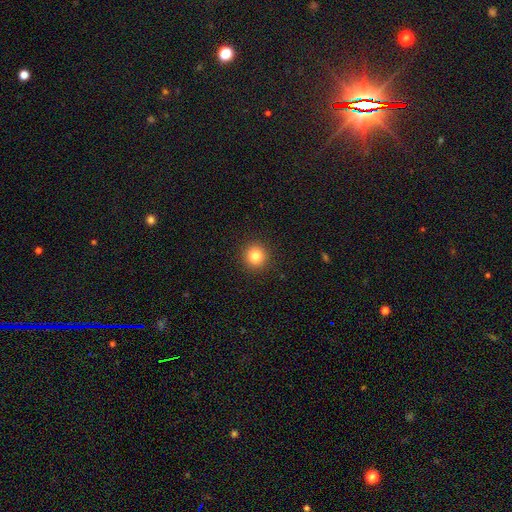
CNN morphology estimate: Overall: smooth (83%). How rounded: round (94%). Merging: none (92%).